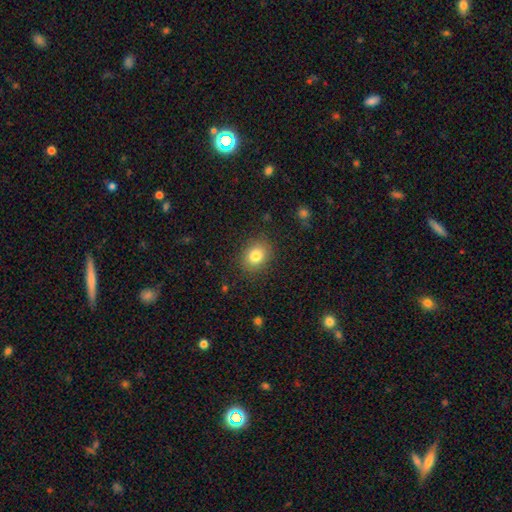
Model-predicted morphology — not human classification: smooth 81%, star or artifact 10%, featured or disk 9%. Down the decision tree: how rounded — round (52%); merging — none (86%).